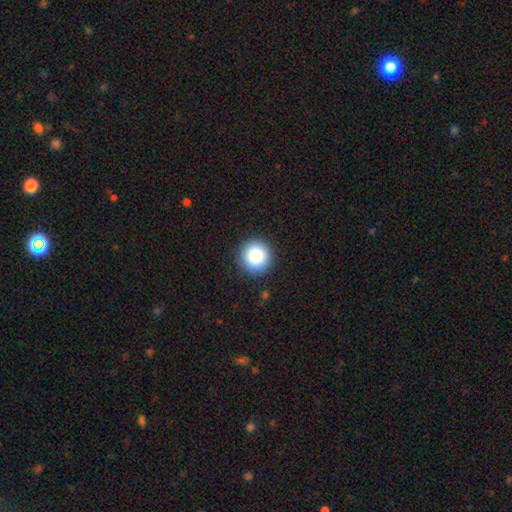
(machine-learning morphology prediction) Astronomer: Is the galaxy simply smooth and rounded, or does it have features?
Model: smooth — 87%.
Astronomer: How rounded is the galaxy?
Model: round — 95%.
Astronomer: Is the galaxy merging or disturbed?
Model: none — 92%.